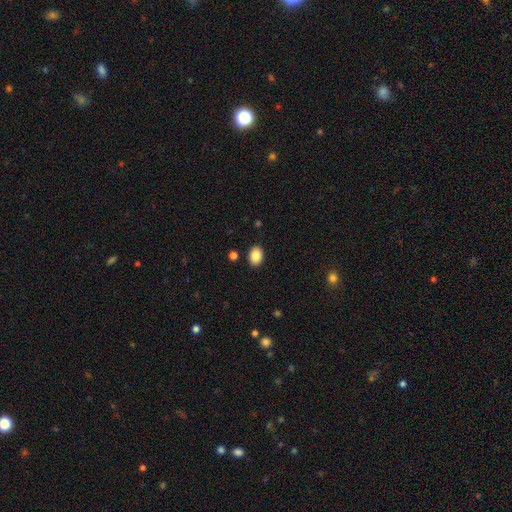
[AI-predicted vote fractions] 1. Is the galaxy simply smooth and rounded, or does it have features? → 87% smooth, 8% star or artifact, 5% featured or disk.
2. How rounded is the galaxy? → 73% in between, 26% round, 1% cigar-shaped.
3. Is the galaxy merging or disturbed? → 89% none, 7% minor disturbance, 2% merger, 2% major disturbance.